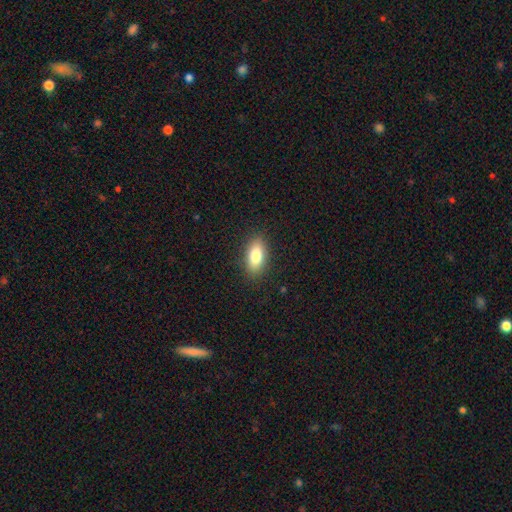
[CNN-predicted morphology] Overall: smooth (82%). How rounded: in between (87%). Merging: none (88%).